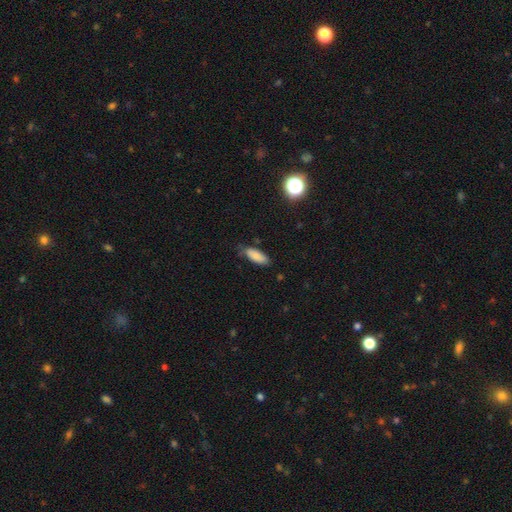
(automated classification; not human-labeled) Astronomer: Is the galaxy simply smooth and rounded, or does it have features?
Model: smooth — 85%.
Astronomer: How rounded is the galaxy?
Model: in between — 75%.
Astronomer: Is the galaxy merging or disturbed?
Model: none — 70%.